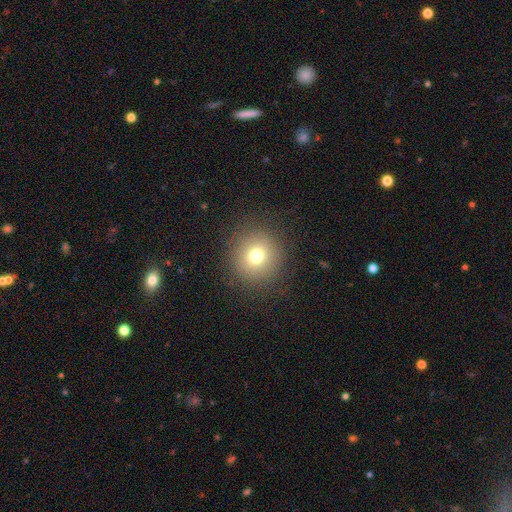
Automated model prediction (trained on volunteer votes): A smooth galaxy with no disk features (74%) that is round (93%). Merging: none (90%).